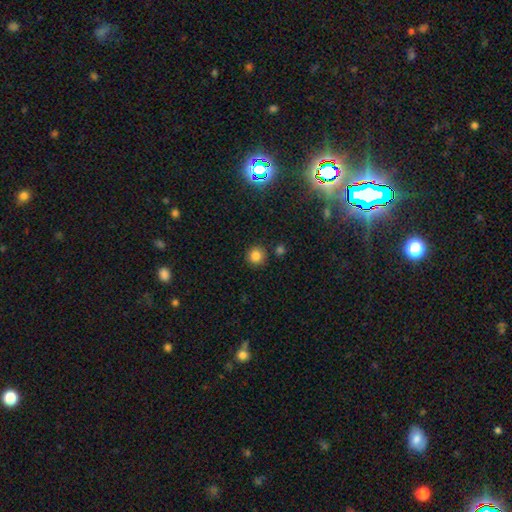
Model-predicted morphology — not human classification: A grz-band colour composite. It shows a smooth galaxy with no disk features (82%) that is round (93%). Merging: none (87%).